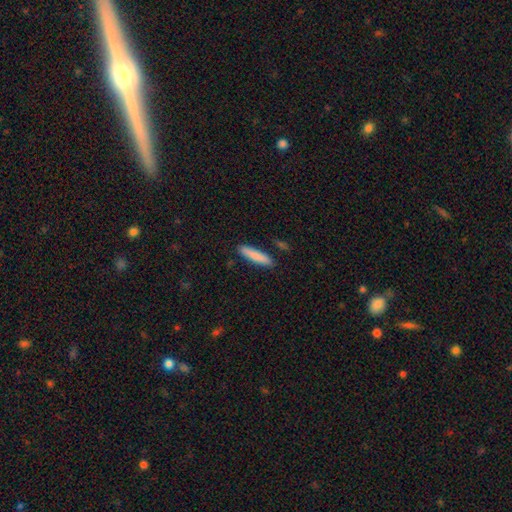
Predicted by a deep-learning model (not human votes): A smooth galaxy with no disk features (84%) that is cigar-shaped (86%). Merging: none (88%).